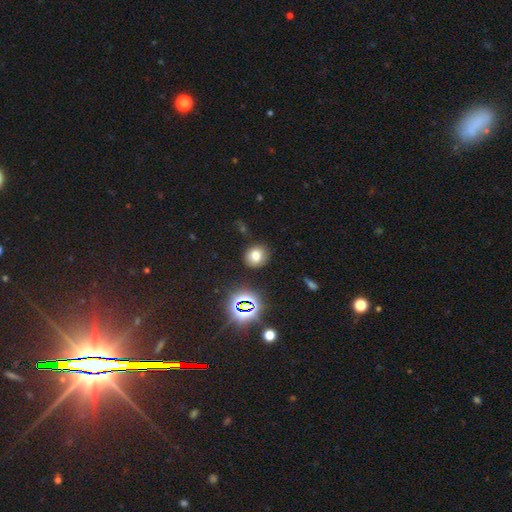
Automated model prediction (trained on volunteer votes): This is likely a smooth galaxy (71%). How rounded: likely round (78%). Merging: clearly none (86%).